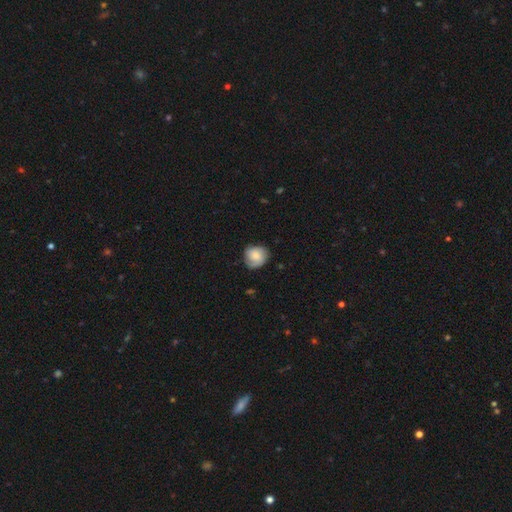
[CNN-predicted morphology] Smooth or featured: smooth — 70% (featured or disk — 23%)
How rounded: round — 76% (in between — 23%)
Merging: none — 66% (minor disturbance — 25%)